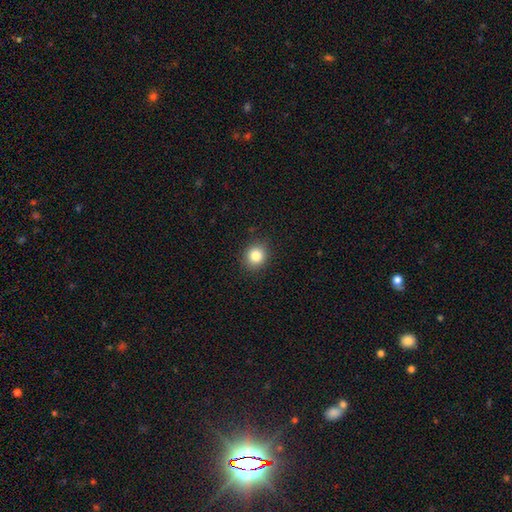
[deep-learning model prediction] Smooth or featured: smooth — 84% (star or artifact — 11%)
How rounded: round — 81% (in between — 18%)
Merging: none — 89% (minor disturbance — 8%)